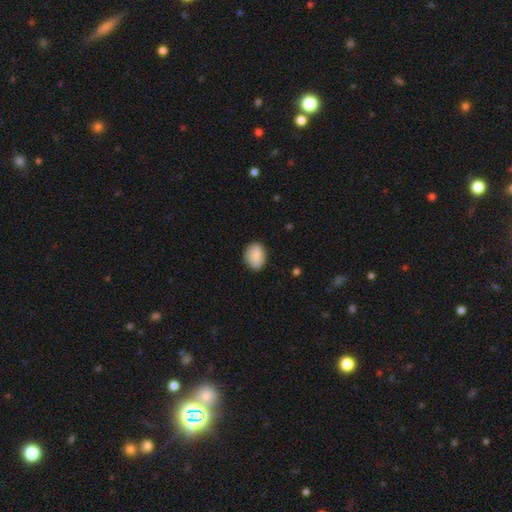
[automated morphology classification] Q: Smooth or featured?
A: smooth (88%); runner-up: star or artifact (6%)
Q: How rounded?
A: in between (66%); runner-up: round (33%)
Q: Merging?
A: none (83%); runner-up: minor disturbance (13%)